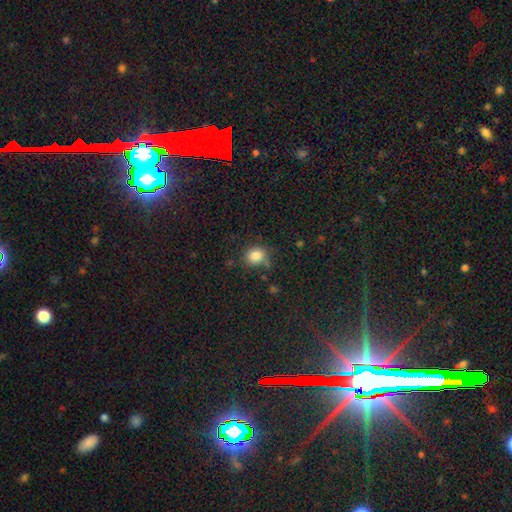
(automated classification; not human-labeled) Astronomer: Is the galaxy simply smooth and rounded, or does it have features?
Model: smooth — 83%.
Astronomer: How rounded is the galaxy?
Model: round — 65%.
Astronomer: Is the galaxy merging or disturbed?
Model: none — 68%.